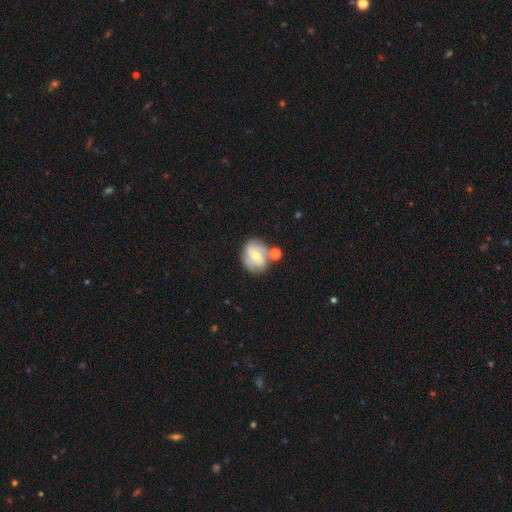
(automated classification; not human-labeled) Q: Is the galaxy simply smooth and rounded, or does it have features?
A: featured or disk — 57%.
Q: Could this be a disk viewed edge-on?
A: no — 96%.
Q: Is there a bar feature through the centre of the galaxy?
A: weak — 43%.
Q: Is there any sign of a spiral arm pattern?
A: yes — 73%.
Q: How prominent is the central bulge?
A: moderate — 52%.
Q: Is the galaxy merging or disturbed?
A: none — 55%.